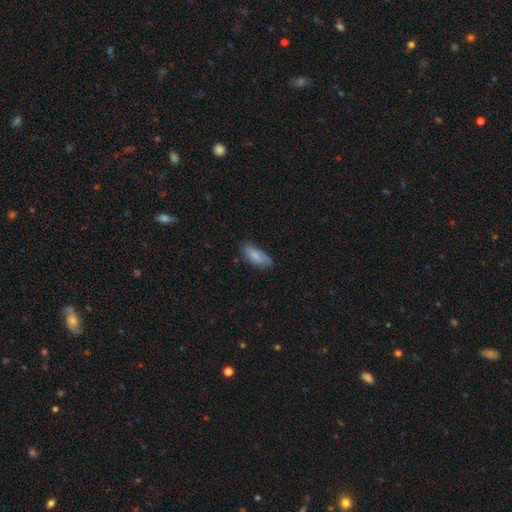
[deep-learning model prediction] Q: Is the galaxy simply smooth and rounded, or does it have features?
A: smooth — 79%.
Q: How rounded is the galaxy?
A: in between — 83%.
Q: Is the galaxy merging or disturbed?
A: none — 66%.